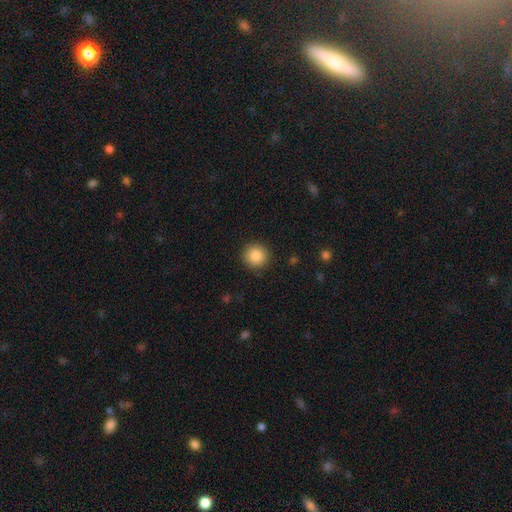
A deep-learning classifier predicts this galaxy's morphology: smooth_or_featured: smooth (p=0.87) [alt: star or artifact p=0.09]
how_rounded: round (p=0.94) [alt: in between p=0.05]
merging: none (p=0.91) [alt: minor disturbance p=0.06]